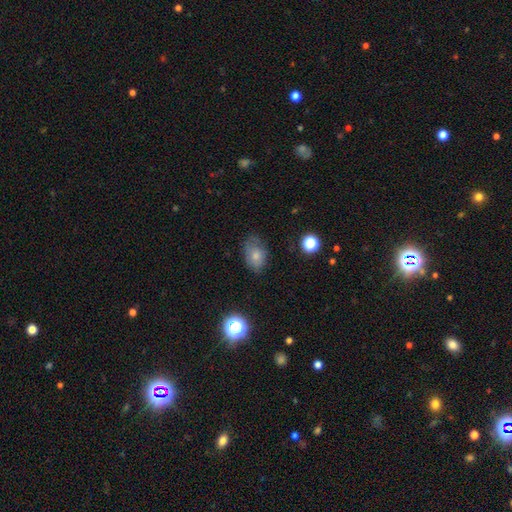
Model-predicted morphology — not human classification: smooth-or-featured: smooth: 74% | featured or disk: 15% | star or artifact: 11%
  how-rounded: in between: 79% | round: 20% | cigar-shaped: 1%
  merging: none: 59% | minor disturbance: 29% | major disturbance: 10% | merger: 2%